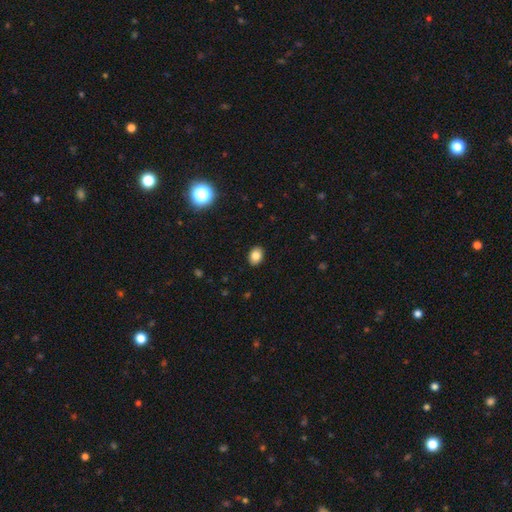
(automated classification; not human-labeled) Q: Smooth or featured?
A: smooth (83%); runner-up: star or artifact (10%)
Q: How rounded?
A: in between (71%); runner-up: round (28%)
Q: Merging?
A: none (90%); runner-up: minor disturbance (7%)